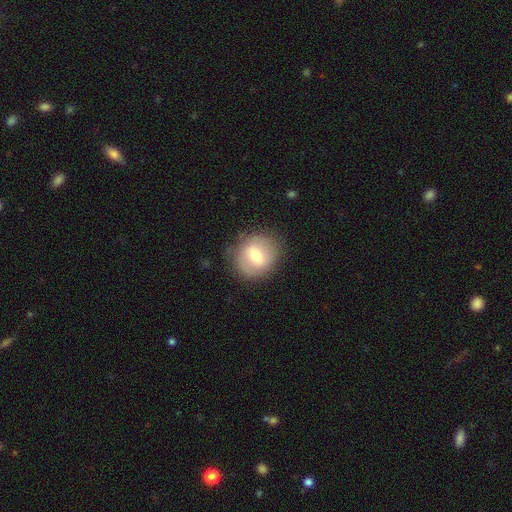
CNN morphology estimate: smooth_or_featured: smooth (p=0.56) [alt: featured or disk p=0.36]
how_rounded: round (p=0.79) [alt: in between p=0.20]
merging: none (p=0.80) [alt: minor disturbance p=0.13]